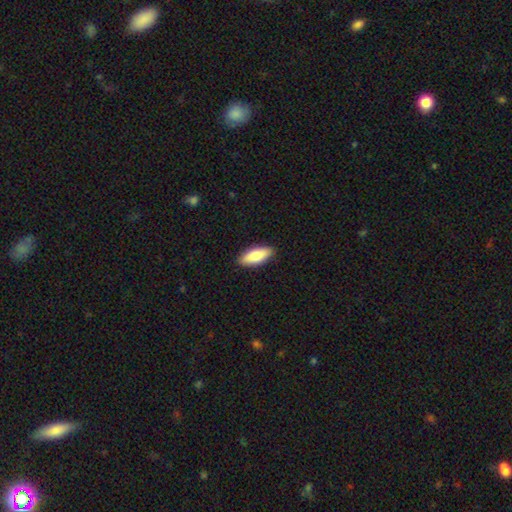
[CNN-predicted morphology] smooth_or_featured: smooth (p=0.79) [alt: featured or disk p=0.15]
how_rounded: in between (p=0.75) [alt: cigar-shaped p=0.23]
merging: none (p=0.90) [alt: minor disturbance p=0.08]